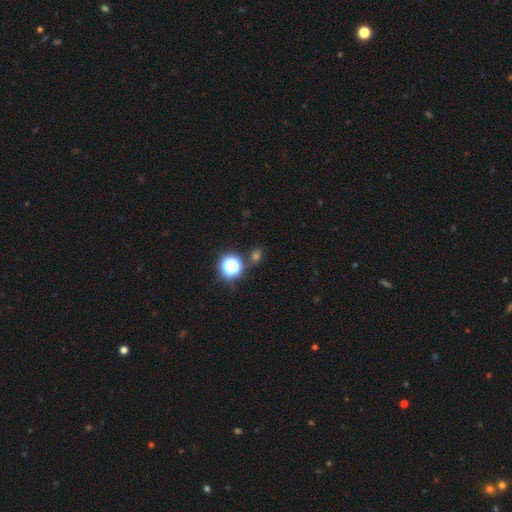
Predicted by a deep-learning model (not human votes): smooth_or_featured: smooth (p=0.47) [alt: star or artifact p=0.46]
merging: none (p=0.79) [alt: minor disturbance p=0.09]